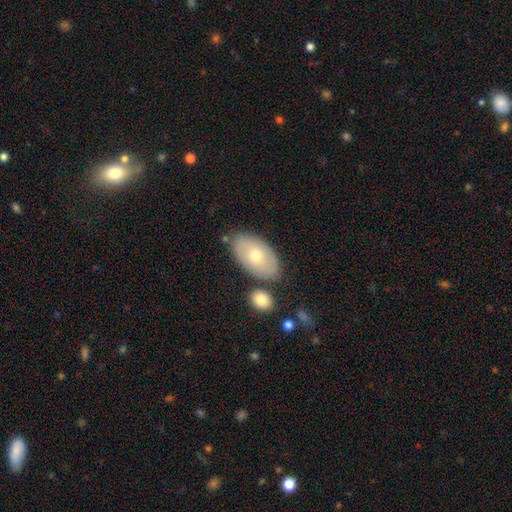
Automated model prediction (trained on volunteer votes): smooth-or-featured: smooth: 62% | featured or disk: 32% | star or artifact: 6%
  how-rounded: in between: 93% | round: 5% | cigar-shaped: 2%
  merging: none: 74% | minor disturbance: 14% | merger: 8% | major disturbance: 3%